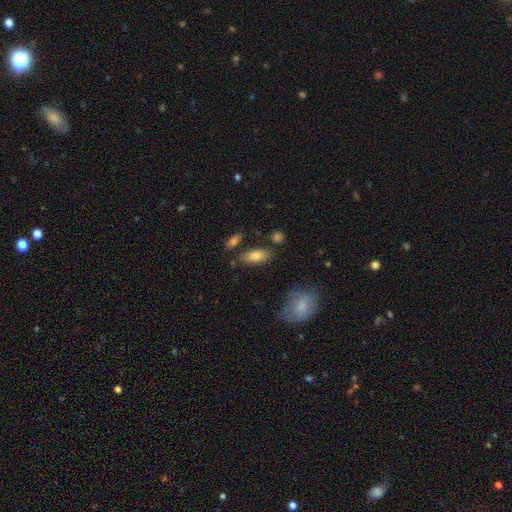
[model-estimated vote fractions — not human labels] The model was most divided on "smooth or featured": smooth: 77%, featured or disk: 16%, star or artifact: 8%. More confident: how rounded — in between (82%); merging — none (77%).